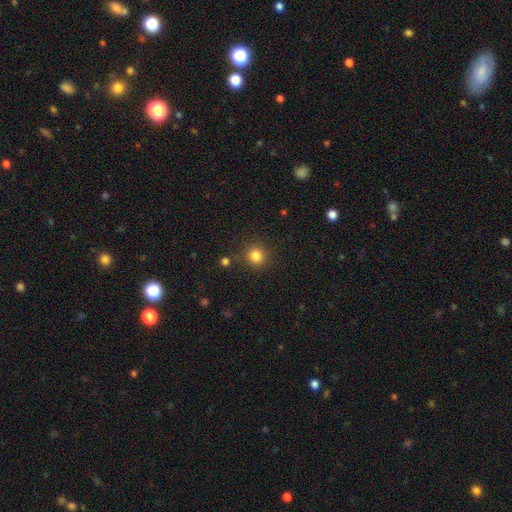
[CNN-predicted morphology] This appears to be a smooth galaxy with no disk features (82%) that is round (91%). Merging: none (85%).